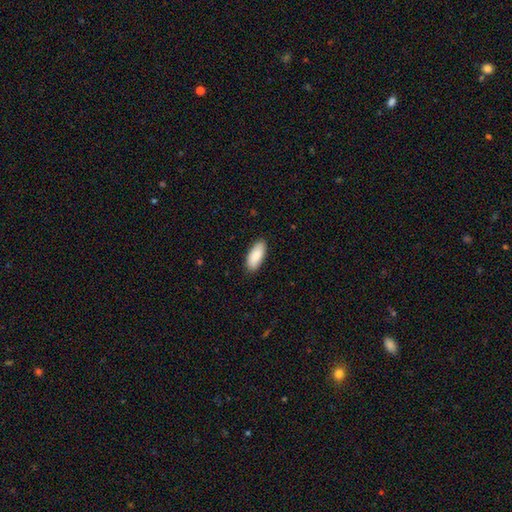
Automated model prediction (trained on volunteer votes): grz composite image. It shows a smooth galaxy with no disk features (88%) that is in between round and cigar-shaped (85%). Merging: none (88%).